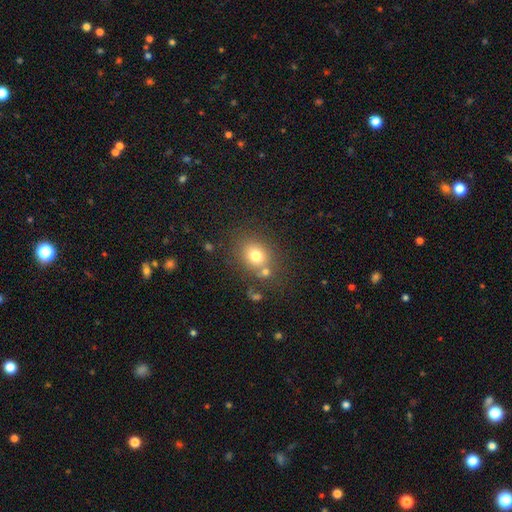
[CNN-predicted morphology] type=smooth (75%); roundness=round (63%); merging=none (66%).